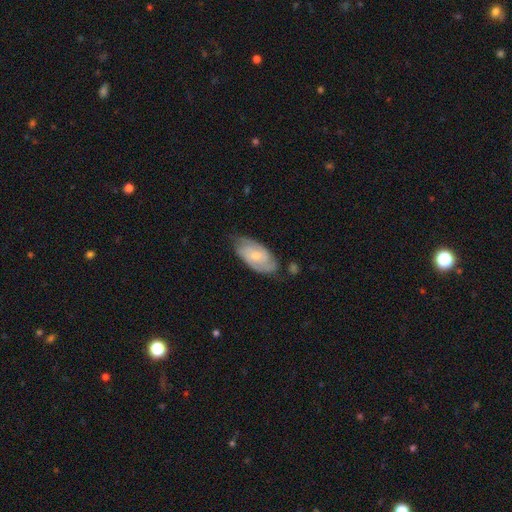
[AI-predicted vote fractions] Smooth or featured? Predicted: featured or disk (p=0.66). Edge-on disk? Predicted: no (p=0.94). Bar? Predicted: no (p=0.64). Spiral arms? Predicted: yes (p=0.91). Spiral winding? Predicted: tight (p=0.55). Spiral arm count? Predicted: 2 (p=0.62). Bulge size? Predicted: small (p=0.55). Merging? Predicted: none (p=0.68).